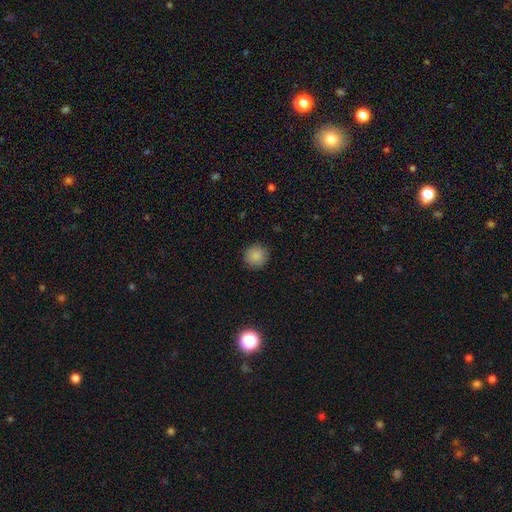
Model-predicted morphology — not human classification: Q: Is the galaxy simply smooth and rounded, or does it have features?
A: smooth — 86%.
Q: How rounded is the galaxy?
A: round — 94%.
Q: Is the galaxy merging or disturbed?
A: none — 90%.